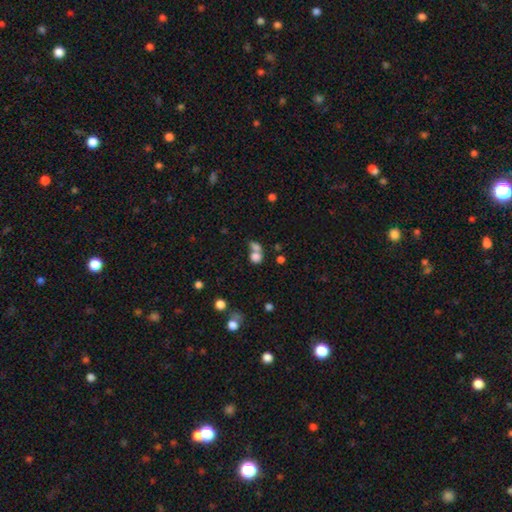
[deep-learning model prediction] This appears to be a smooth galaxy with no disk features (76%) that is round (65%). Merging: merger (56%).